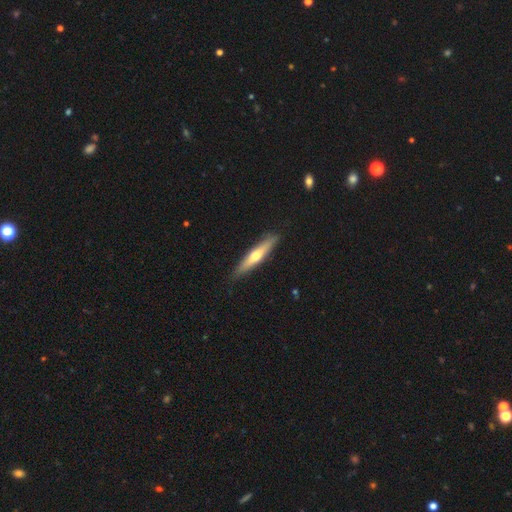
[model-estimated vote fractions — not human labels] Morphology: type=featured or disk (48%); merging=none (88%).